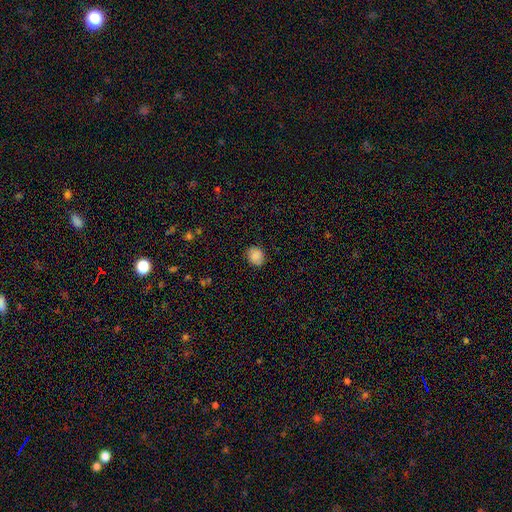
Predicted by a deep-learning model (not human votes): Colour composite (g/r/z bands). It shows a smooth galaxy with no disk features (85%) that is round (66%). Merging: none (85%).